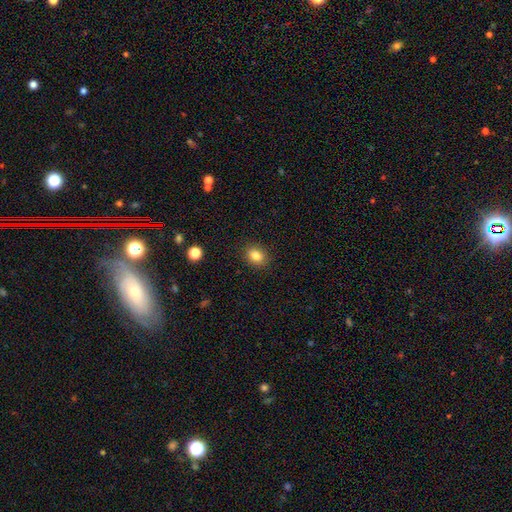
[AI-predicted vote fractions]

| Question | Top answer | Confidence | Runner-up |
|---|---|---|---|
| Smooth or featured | smooth | 84% | star or artifact (10%) |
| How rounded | in between | 61% | round (38%) |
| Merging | none | 87% | minor disturbance (9%) |